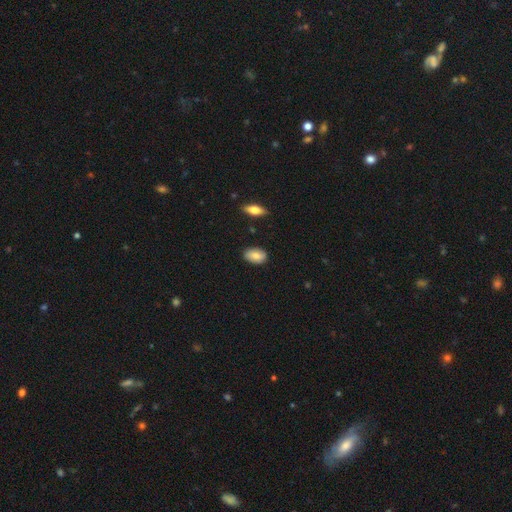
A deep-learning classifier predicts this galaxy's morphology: A smooth galaxy with no disk features (80%) that is in between round and cigar-shaped (90%).

Vote fractions:
- Smooth or featured? smooth: 80% / featured or disk: 13% / star or artifact: 7%
- How rounded? in between: 90% / round: 8% / cigar-shaped: 2%
- Merging? none: 85% / minor disturbance: 11% / major disturbance: 2% / merger: 2%